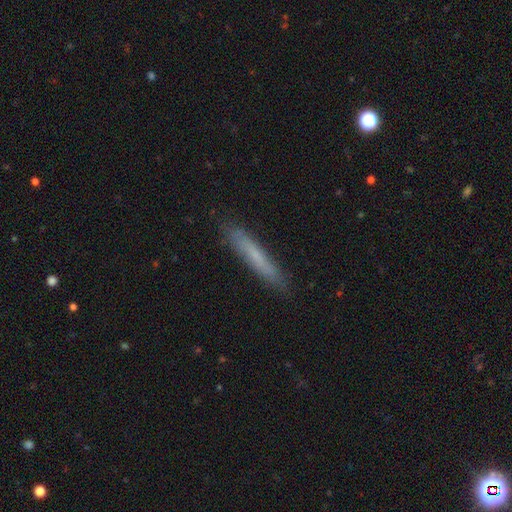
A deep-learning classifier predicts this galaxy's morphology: Smooth or featured? smooth (63%)
How rounded? cigar-shaped (94%)
Merging? none (86%)